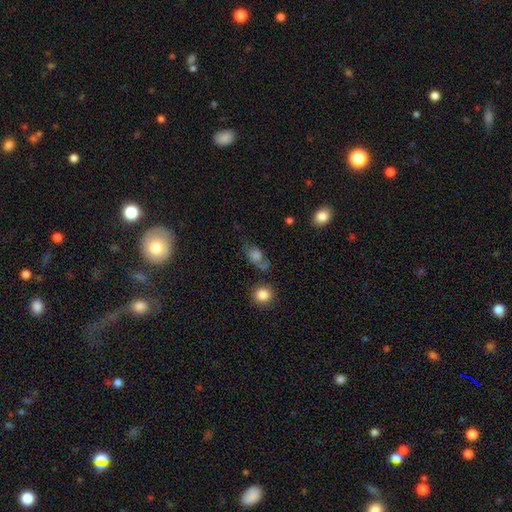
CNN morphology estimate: smooth-or-featured: smooth: 59% | featured or disk: 24% | star or artifact: 17%
  how-rounded: in between: 65% | round: 29% | cigar-shaped: 6%
  merging: none: 51% | minor disturbance: 24% | major disturbance: 16% | merger: 9%